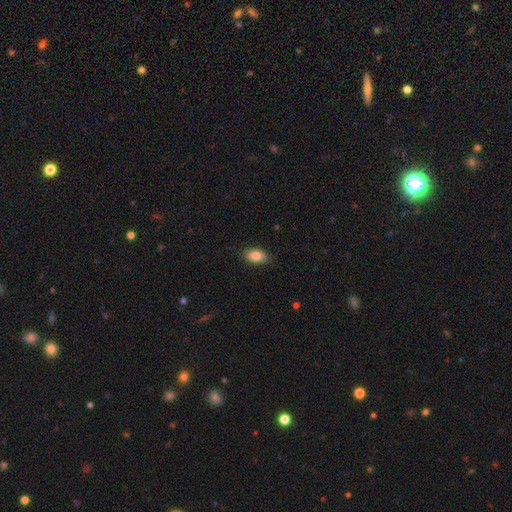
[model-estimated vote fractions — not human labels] smooth_or_featured: smooth (p=0.85) [alt: featured or disk p=0.08]
how_rounded: in between (p=0.91) [alt: round p=0.06]
merging: none (p=0.87) [alt: minor disturbance p=0.10]